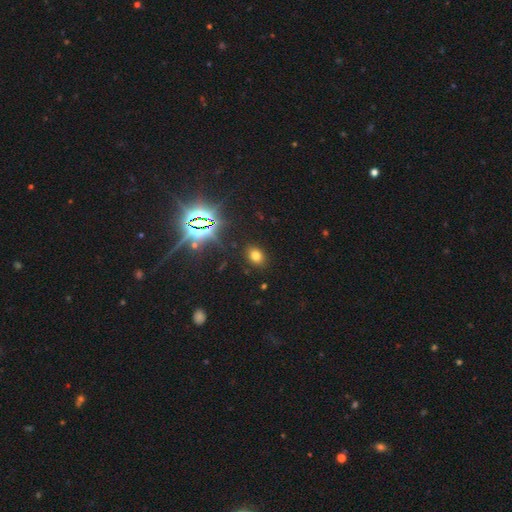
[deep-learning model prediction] Morphology: type=smooth (68%); roundness=in between (66%); merging=none (88%).